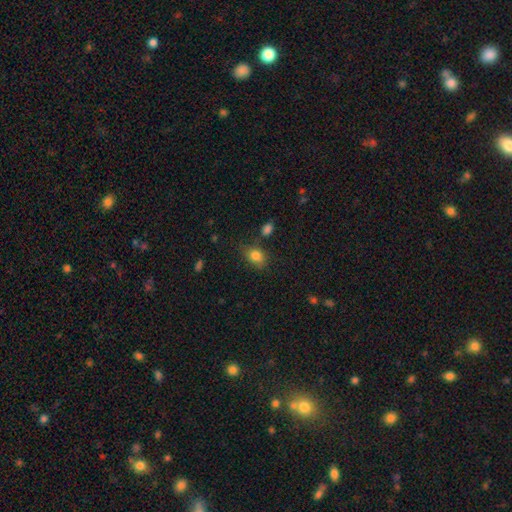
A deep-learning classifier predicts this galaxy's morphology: Smooth or featured?
  - smooth: 82% *
  - star or artifact: 10%
  - featured or disk: 8%
How rounded?
  - in between: 69% *
  - round: 29%
  - cigar-shaped: 2%
Merging?
  - none: 71% *
  - minor disturbance: 19%
  - merger: 6%
  - major disturbance: 5%